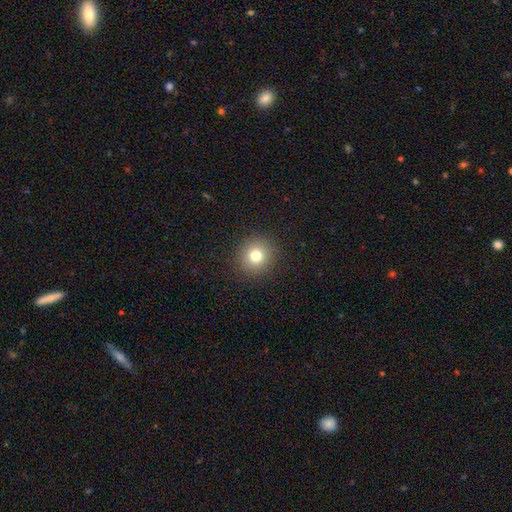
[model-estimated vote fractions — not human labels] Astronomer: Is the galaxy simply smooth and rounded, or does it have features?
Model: smooth — 78%.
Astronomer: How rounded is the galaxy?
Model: round — 90%.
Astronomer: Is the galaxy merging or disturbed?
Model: none — 91%.